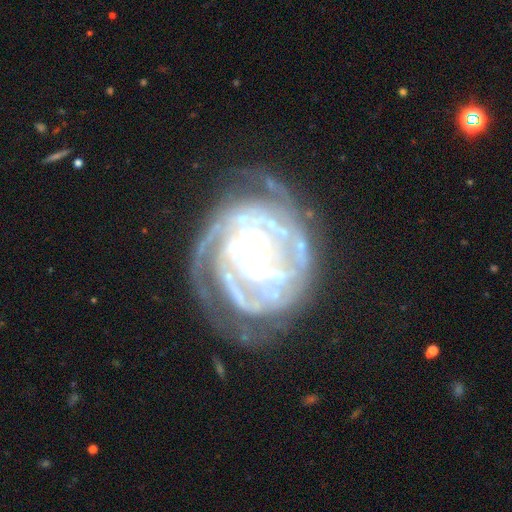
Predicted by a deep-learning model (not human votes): featured or disk 88%, smooth 6%, star or artifact 6%. Down the decision tree: edge-on disk — no (97%); bar — no (74%); spiral arms — yes (94%); spiral arm count — can't tell (31%); spiral winding — tight (76%); bulge size — small (80%); merging — none (62%).